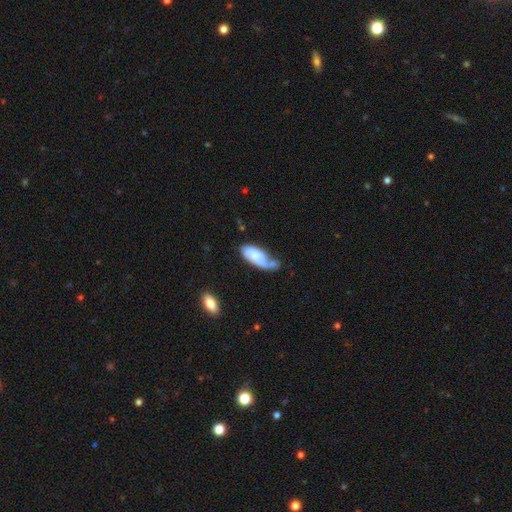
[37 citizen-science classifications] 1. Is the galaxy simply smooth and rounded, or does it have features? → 49% smooth, 43% featured or disk, 8% star or artifact.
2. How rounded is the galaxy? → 89% in between, 11% cigar-shaped, 0% round.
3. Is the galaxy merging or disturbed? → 32% major disturbance, 29% merger, 26% minor disturbance, 12% none.